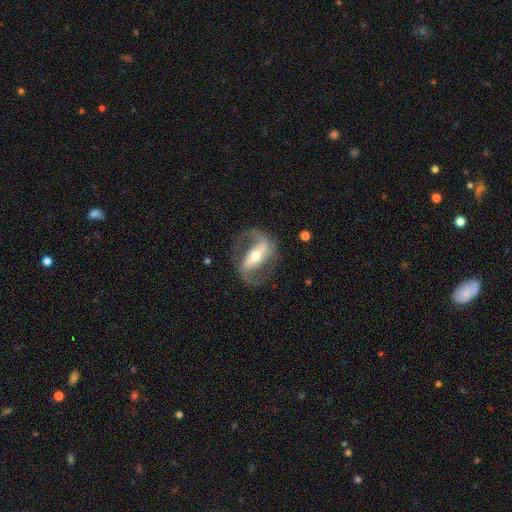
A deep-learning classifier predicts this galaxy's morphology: This appears to be a featured or disk galaxy (89%) with a strong bar (59%), 2 (90%) medium (46%) spiral arms (95%) and a moderate central bulge (56%). Merging: none (78%).